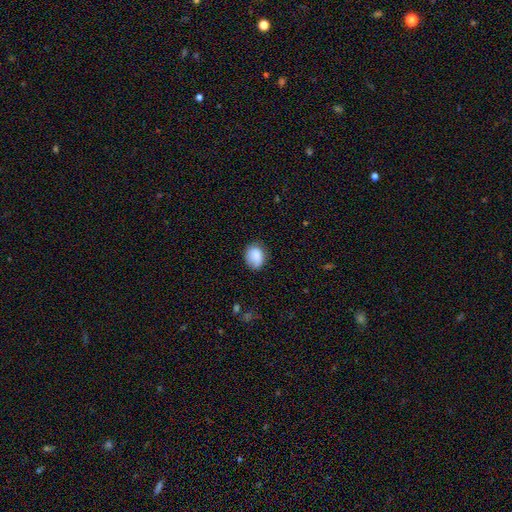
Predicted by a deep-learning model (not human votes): This appears to be a smooth galaxy with no disk features (87%) that is in between round and cigar-shaped (57%). Merging: none (72%).